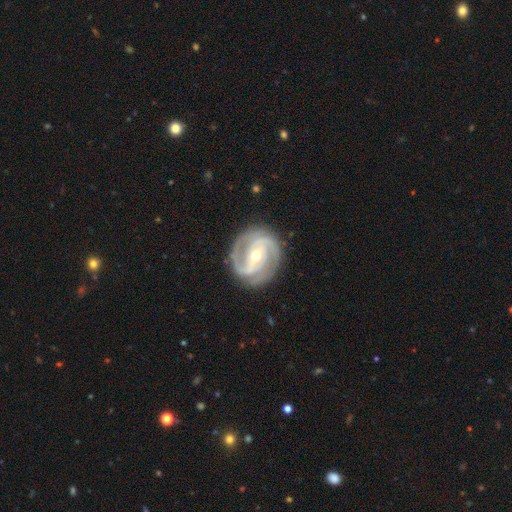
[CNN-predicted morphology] Smooth or featured? Predicted: featured or disk (p=0.91). Edge-on disk? Predicted: no (p=0.98). Bar? Predicted: strong (p=0.39). Spiral arms? Predicted: yes (p=0.98). Spiral winding? Predicted: tight (p=0.52). Spiral arm count? Predicted: 2 (p=0.63). Bulge size? Predicted: moderate (p=0.49). Merging? Predicted: none (p=0.83).